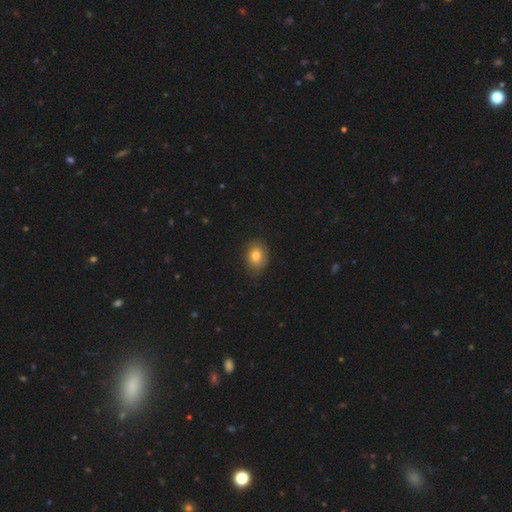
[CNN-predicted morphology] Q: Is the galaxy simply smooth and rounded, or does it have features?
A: smooth — 79%.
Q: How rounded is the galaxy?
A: in between — 58%.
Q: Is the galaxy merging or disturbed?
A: none — 78%.